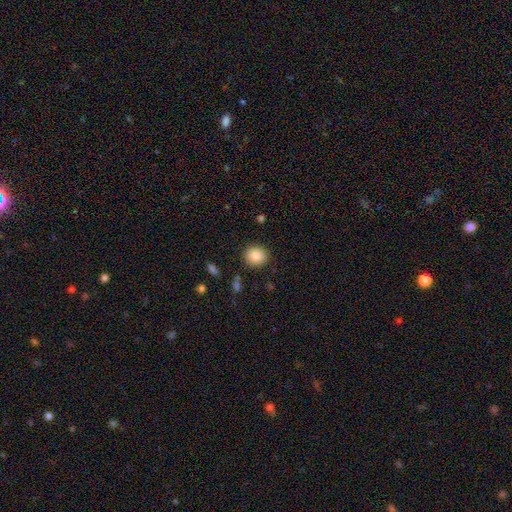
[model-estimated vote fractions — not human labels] The model was most divided on "how rounded": round: 86%, in between: 13%, cigar-shaped: 1%. More confident: merging — none (90%); smooth or featured — smooth (84%).